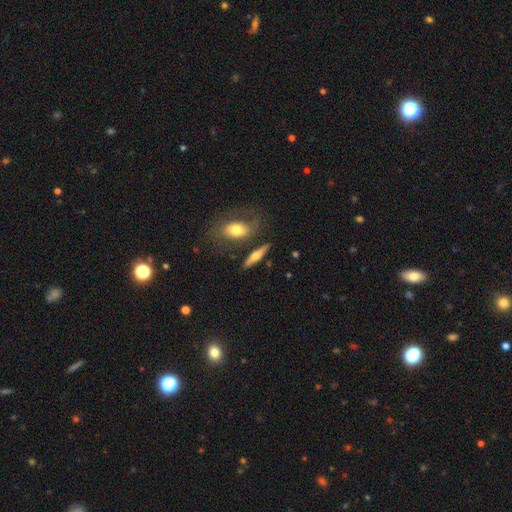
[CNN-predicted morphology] smooth_or_featured: smooth (p=0.50) [alt: featured or disk p=0.44]
how_rounded: cigar-shaped (p=0.65) [alt: in between p=0.31]
merging: none (p=0.75) [alt: minor disturbance p=0.12]